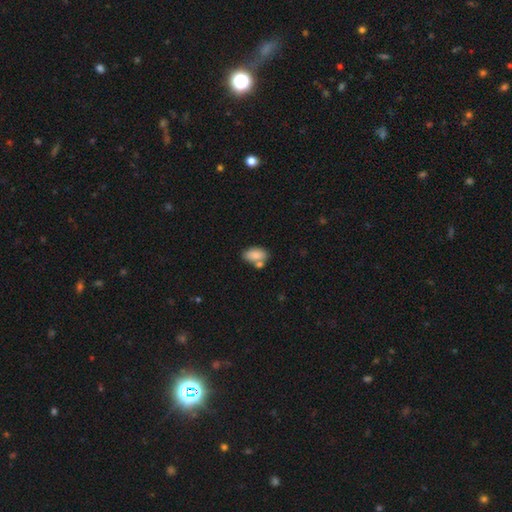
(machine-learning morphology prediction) Smooth or featured: smooth — 83% (featured or disk — 9%)
How rounded: in between — 91% (round — 6%)
Merging: none — 57% (merger — 24%)